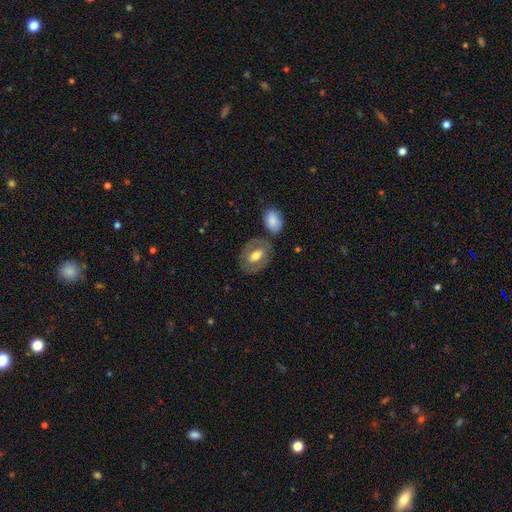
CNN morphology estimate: The model was most divided on "smooth or featured" (2-way tie): featured or disk: 47%, smooth: 47%, star or artifact: 6%. More confident: merging — none (71%).